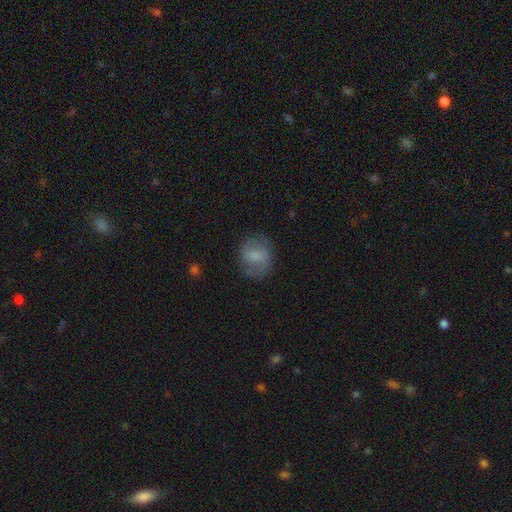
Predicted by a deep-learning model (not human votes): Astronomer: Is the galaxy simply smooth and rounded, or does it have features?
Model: smooth — 51% (runner-up: featured or disk, 40%).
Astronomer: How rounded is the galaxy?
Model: round — 63%.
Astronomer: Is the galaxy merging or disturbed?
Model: none — 68%.